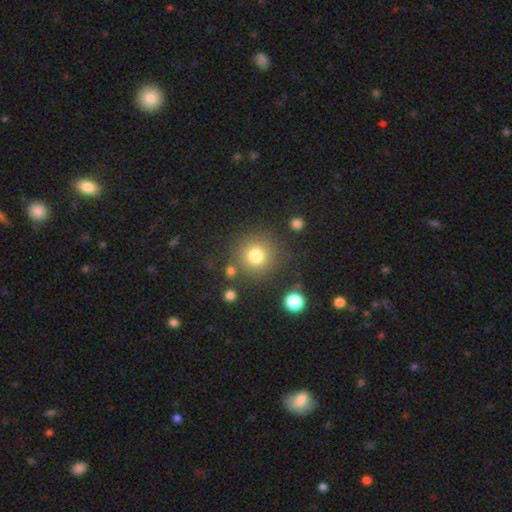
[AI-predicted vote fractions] Morphology: type=smooth (78%); roundness=round (94%); merging=none (81%).